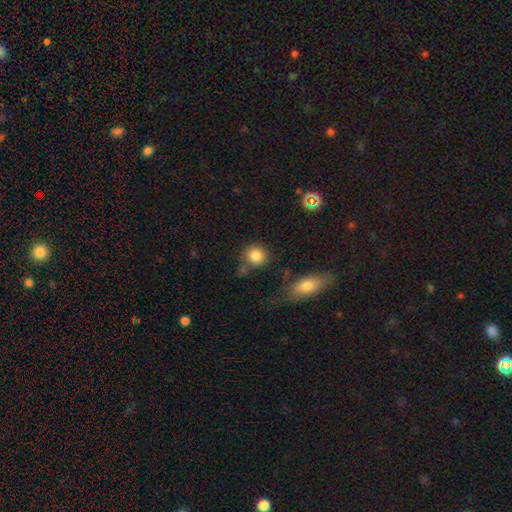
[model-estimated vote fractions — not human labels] smooth 84%, star or artifact 9%, featured or disk 7%. Down the decision tree: how rounded — round (85%); merging — none (68%).